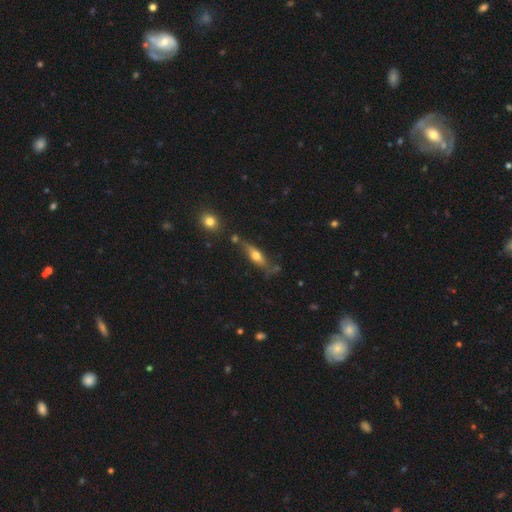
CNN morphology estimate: Overall: smooth (46%, tied with featured or disk). Merging: none (63%).